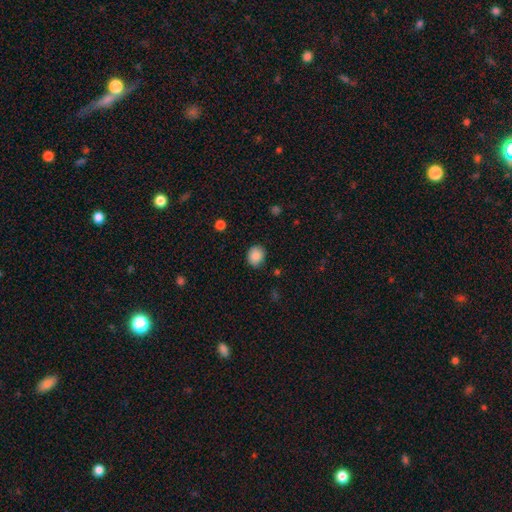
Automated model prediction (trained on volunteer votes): Smooth or featured? smooth (87%)
How rounded? round (68%)
Merging? none (81%)